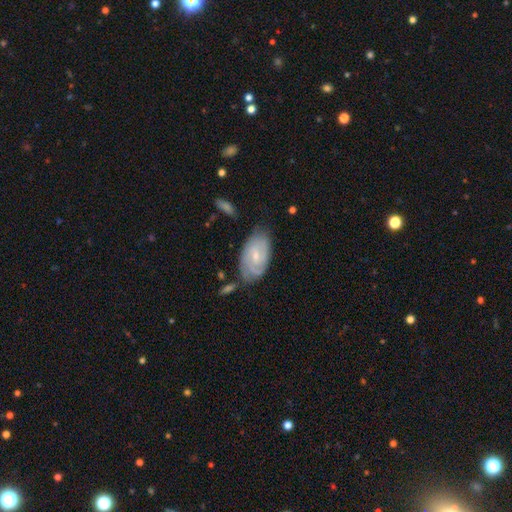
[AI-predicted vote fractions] smooth_or_featured: featured or disk (p=0.73) [alt: smooth p=0.22]
disk_edge_on: no (p=0.95) [alt: yes p=0.05]
bar: weak (p=0.51) [alt: no p=0.39]
has_spiral_arms: yes (p=0.90) [alt: no p=0.10]
spiral_winding: tight (p=0.59) [alt: medium p=0.32]
spiral_arm_count: 2 (p=0.48) [alt: can't tell p=0.31]
bulge_size: small (p=0.61) [alt: moderate p=0.34]
merging: none (p=0.66) [alt: minor disturbance p=0.23]